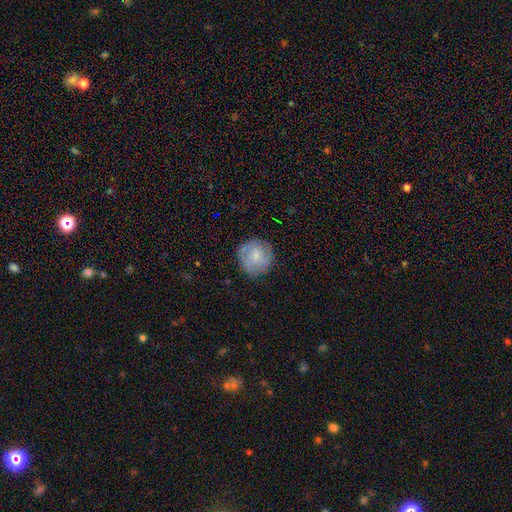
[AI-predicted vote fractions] Smooth or featured?
  - smooth: 53% *
  - featured or disk: 39%
  - star or artifact: 7%
How rounded?
  - round: 92% *
  - in between: 7%
  - cigar-shaped: 1%
Merging?
  - none: 79% *
  - minor disturbance: 15%
  - major disturbance: 5%
  - merger: 1%